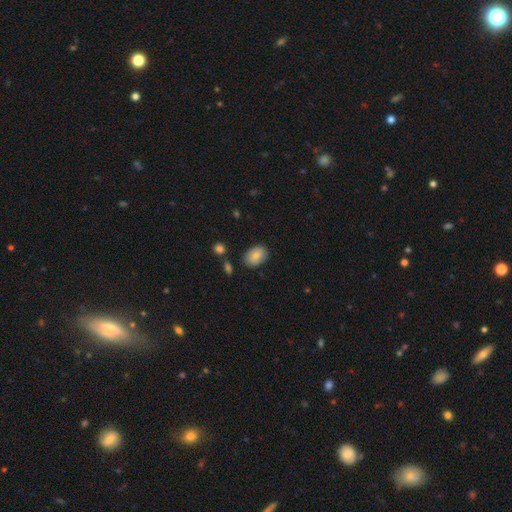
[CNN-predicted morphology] Smooth or featured: smooth — 80% (featured or disk — 12%)
How rounded: in between — 84% (round — 15%)
Merging: none — 81% (minor disturbance — 13%)